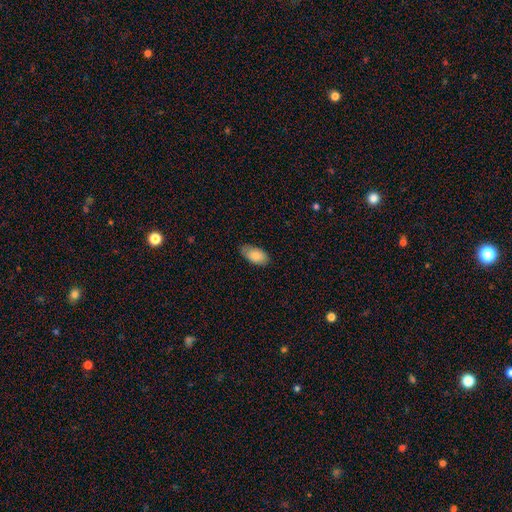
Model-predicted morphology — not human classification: smooth-or-featured: smooth: 87% | featured or disk: 7% | star or artifact: 6%
  how-rounded: in between: 94% | cigar-shaped: 3% | round: 3%
  merging: none: 76% | minor disturbance: 20% | major disturbance: 3% | merger: 1%